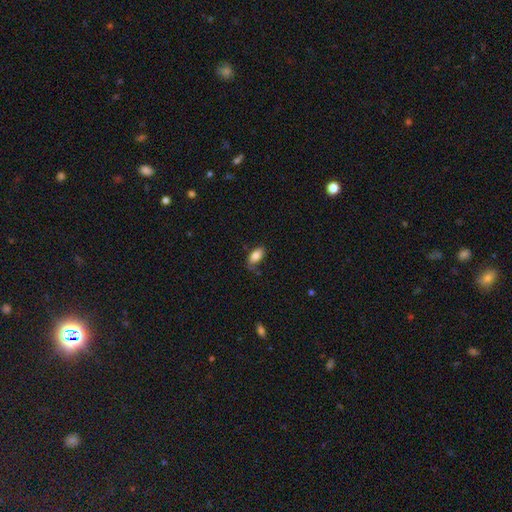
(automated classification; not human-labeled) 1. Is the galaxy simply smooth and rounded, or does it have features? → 84% smooth, 9% featured or disk, 7% star or artifact.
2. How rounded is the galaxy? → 92% in between, 4% cigar-shaped, 4% round.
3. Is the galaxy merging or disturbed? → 69% none, 23% minor disturbance, 5% major disturbance, 2% merger.